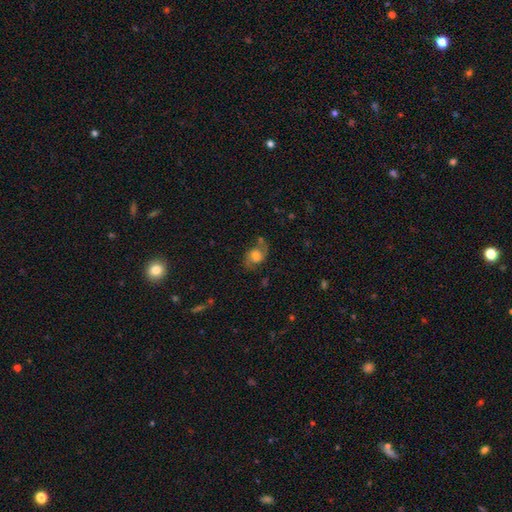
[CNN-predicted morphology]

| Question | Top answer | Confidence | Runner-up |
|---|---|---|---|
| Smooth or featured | featured or disk | 53% | smooth (37%) |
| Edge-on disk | no | 95% | yes (5%) |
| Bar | no | 64% | weak (30%) |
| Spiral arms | yes | 83% | no (17%) |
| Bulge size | moderate | 50% | large (29%) |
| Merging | none | 61% | minor disturbance (22%) |